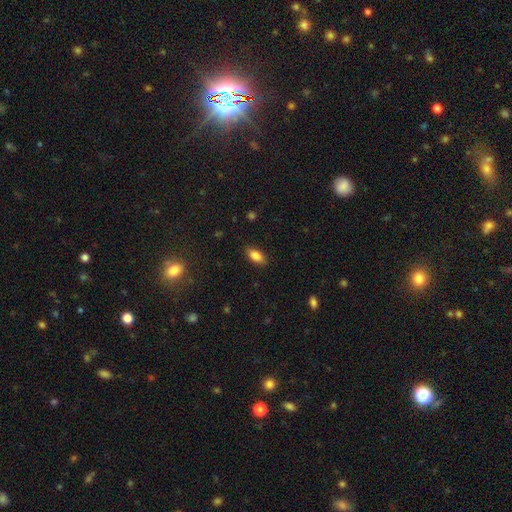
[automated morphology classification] smooth-or-featured: smooth: 85% | star or artifact: 8% | featured or disk: 7%
  how-rounded: in between: 89% | cigar-shaped: 8% | round: 4%
  merging: none: 85% | minor disturbance: 11% | major disturbance: 3% | merger: 1%